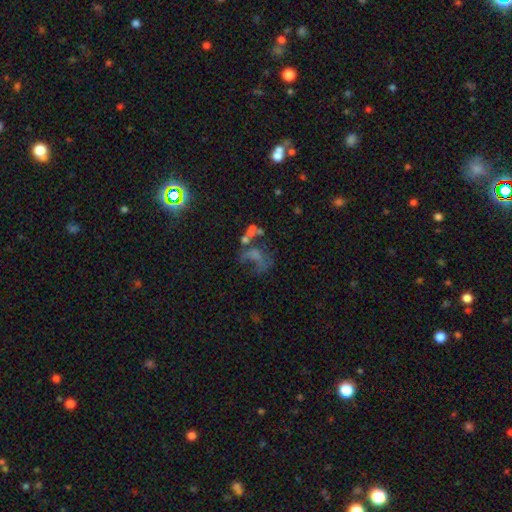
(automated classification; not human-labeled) Smooth or featured: featured or disk — 47% (star or artifact — 27%)
Merging: major disturbance — 36% (none — 29%)